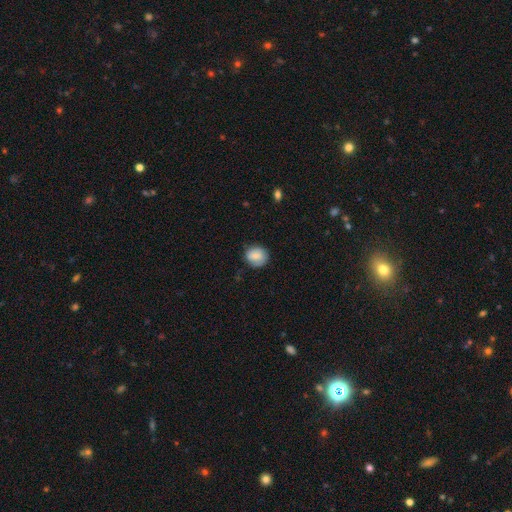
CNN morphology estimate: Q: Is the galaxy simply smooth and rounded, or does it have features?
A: smooth — 75%.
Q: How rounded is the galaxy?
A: round — 78%.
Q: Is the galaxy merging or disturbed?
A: none — 72%.